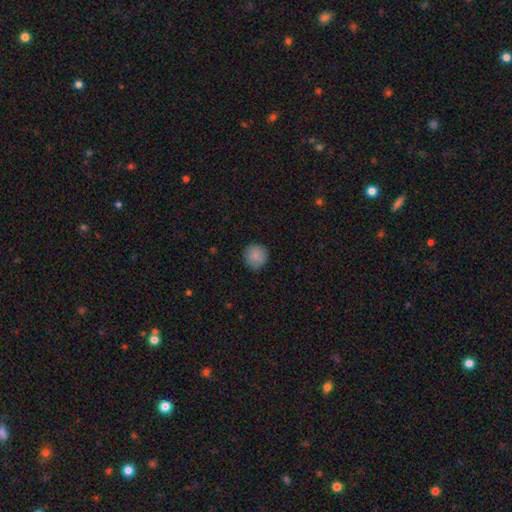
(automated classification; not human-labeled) Smooth or featured?
  - smooth: 86% *
  - star or artifact: 8%
  - featured or disk: 6%
How rounded?
  - round: 93% *
  - in between: 6%
  - cigar-shaped: 1%
Merging?
  - none: 85% *
  - minor disturbance: 12%
  - major disturbance: 2%
  - merger: 1%